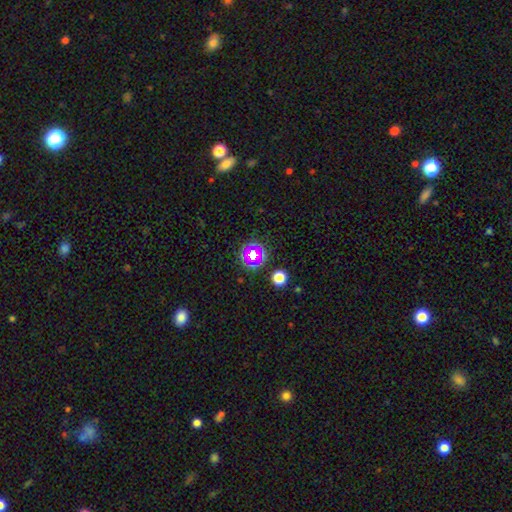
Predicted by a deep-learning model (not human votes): Smooth or featured?
  - star or artifact: 51% *
  - smooth: 36%
  - featured or disk: 13%